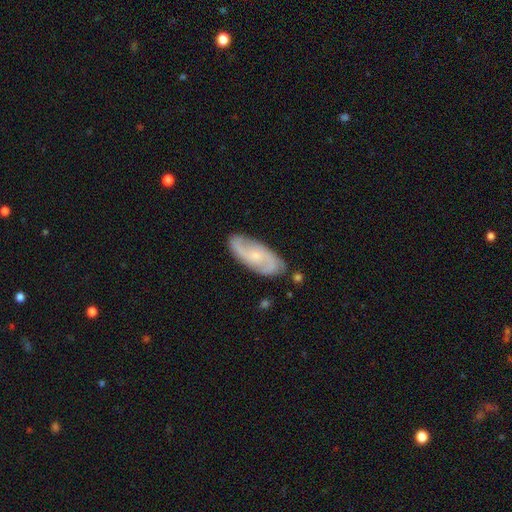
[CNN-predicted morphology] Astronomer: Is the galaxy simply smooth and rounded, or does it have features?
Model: featured or disk — 75%.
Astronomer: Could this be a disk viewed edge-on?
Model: no — 93%.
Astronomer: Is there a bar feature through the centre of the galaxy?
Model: no — 63%.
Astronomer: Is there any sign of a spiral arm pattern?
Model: yes — 94%.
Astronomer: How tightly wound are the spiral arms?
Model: medium — 47% (runner-up: tight, 30%).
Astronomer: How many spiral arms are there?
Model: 2 — 71%.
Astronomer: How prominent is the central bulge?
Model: small — 68%.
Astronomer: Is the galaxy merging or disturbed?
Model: none — 79%.